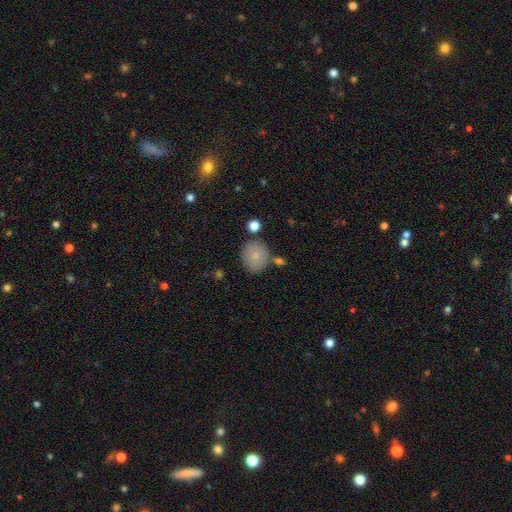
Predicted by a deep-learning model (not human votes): A smooth galaxy with no disk features (81%) that is round (73%). Merging: none (73%).